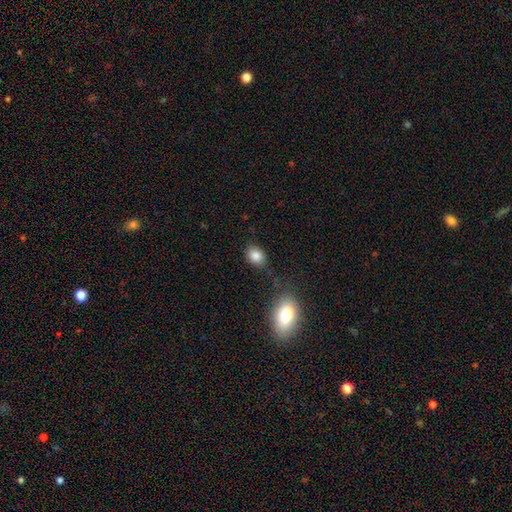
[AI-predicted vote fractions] Overall: smooth (85%). How rounded: in between (56%; round 43%). Merging: none (79%).